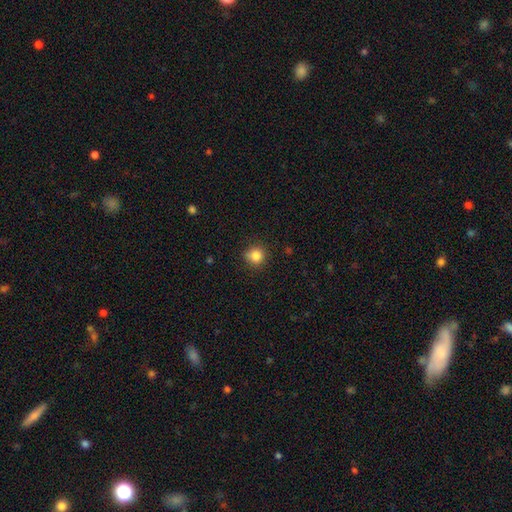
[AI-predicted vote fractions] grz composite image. It shows a smooth galaxy with no disk features (84%) that is round (91%). Merging: none (81%).